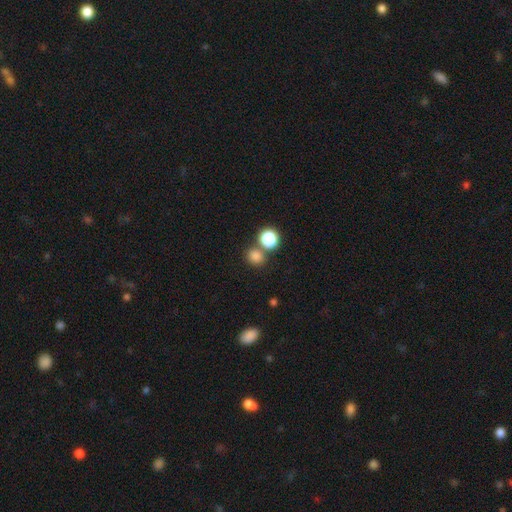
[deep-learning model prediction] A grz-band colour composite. It shows a smooth galaxy with no disk features (79%) that is round (75%). Merging: none (61%).